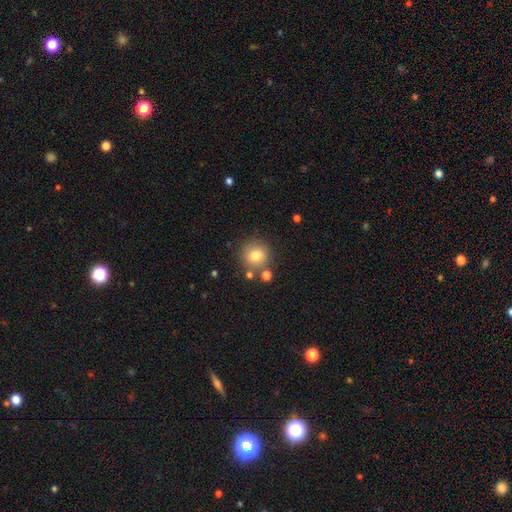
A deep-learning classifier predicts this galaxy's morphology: smooth 77%, star or artifact 12%, featured or disk 11%. Down the decision tree: how rounded — round (92%); merging — none (79%).